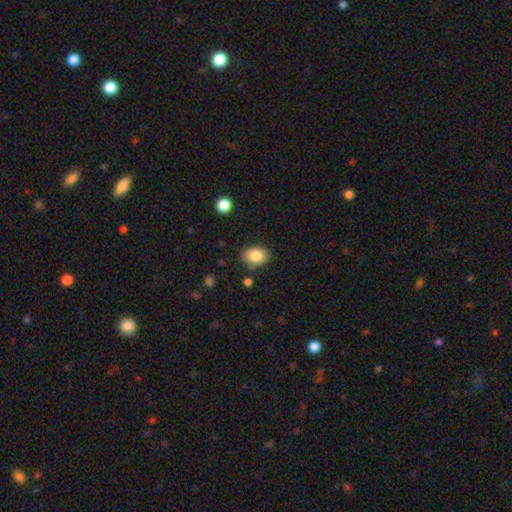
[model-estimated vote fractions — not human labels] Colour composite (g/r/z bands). It shows a smooth galaxy with no disk features (85%) that is in between round and cigar-shaped (66%). Merging: none (81%).